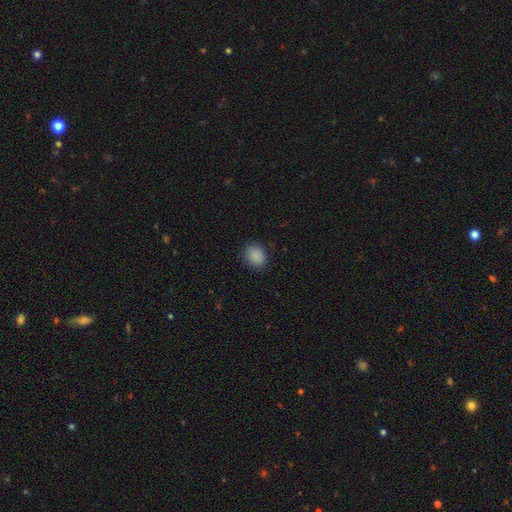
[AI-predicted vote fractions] smooth_or_featured: smooth (p=0.88) [alt: star or artifact p=0.09]
how_rounded: round (p=0.52) [alt: in between p=0.47]
merging: none (p=0.84) [alt: minor disturbance p=0.12]